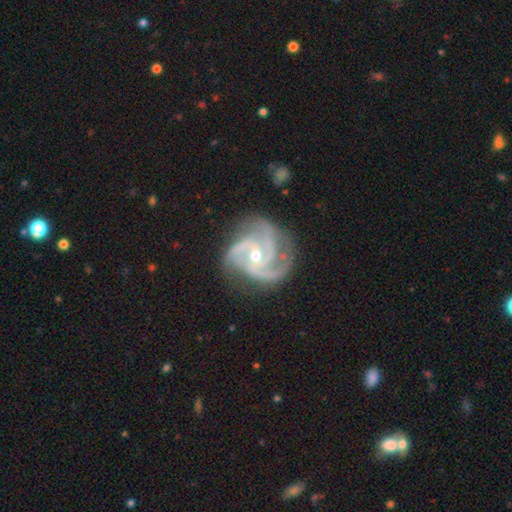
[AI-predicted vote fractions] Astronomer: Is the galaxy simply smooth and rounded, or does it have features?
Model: featured or disk — 93%.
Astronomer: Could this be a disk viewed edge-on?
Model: no — 98%.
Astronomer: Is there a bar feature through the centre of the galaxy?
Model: no — 59%.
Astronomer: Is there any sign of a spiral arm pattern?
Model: yes — 99%.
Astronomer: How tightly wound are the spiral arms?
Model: medium — 50% (runner-up: tight, 42%).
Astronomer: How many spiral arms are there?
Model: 3 — 70%.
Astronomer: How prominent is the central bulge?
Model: small — 51% (runner-up: moderate, 46%).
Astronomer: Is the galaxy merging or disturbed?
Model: none — 70%.